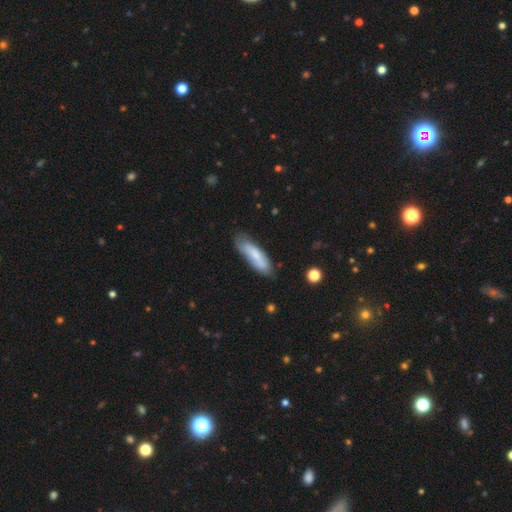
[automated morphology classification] Overall: smooth (68%). How rounded: cigar-shaped (56%; in between 43%). Merging: none (68%).